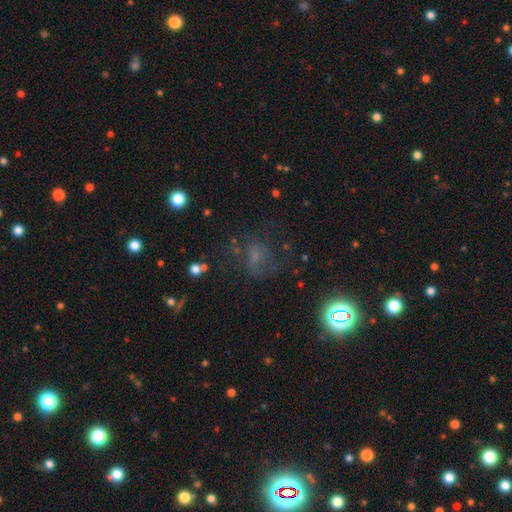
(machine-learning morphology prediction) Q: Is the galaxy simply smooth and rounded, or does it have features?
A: smooth — 41%.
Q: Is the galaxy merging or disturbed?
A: none — 54%.